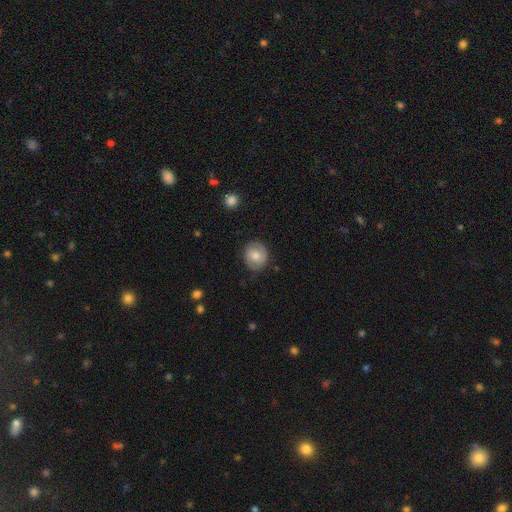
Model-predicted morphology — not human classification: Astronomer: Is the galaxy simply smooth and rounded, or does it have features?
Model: smooth — 68%.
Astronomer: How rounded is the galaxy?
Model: round — 77%.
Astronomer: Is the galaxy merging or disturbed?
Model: none — 81%.